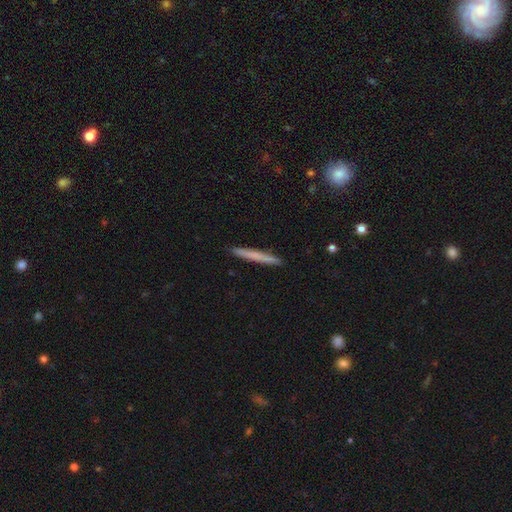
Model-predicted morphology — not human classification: This appears to be a smooth galaxy with no disk features (64%) that is cigar-shaped (97%). Merging: none (92%).